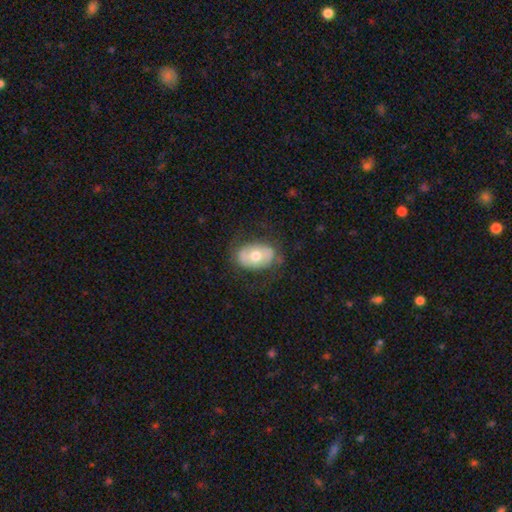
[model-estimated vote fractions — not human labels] smooth_or_featured: smooth (p=0.50) [alt: featured or disk p=0.44]
how_rounded: in between (p=0.82) [alt: round p=0.17]
merging: none (p=0.71) [alt: minor disturbance p=0.18]